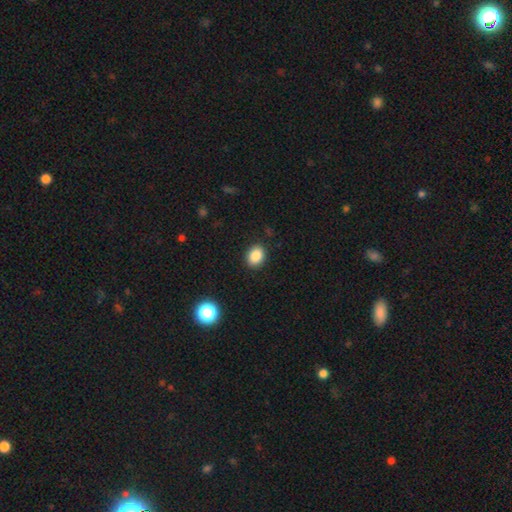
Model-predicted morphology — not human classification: The model was most divided on "how rounded": in between: 59%, round: 40%, cigar-shaped: 1%. More confident: merging — none (89%); smooth or featured — smooth (86%).